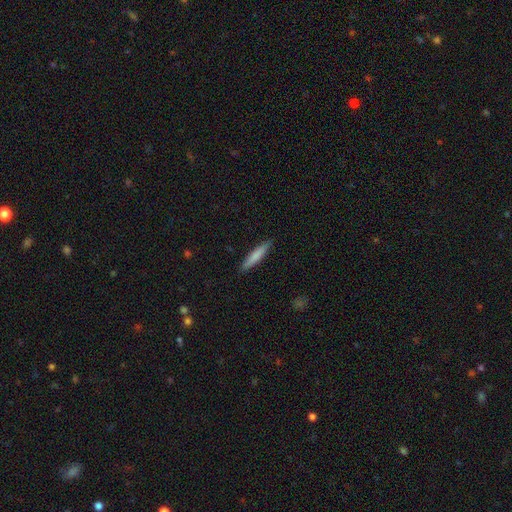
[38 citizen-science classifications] Overall: smooth (76%). How rounded: cigar-shaped (93%). Merging: none (94%).